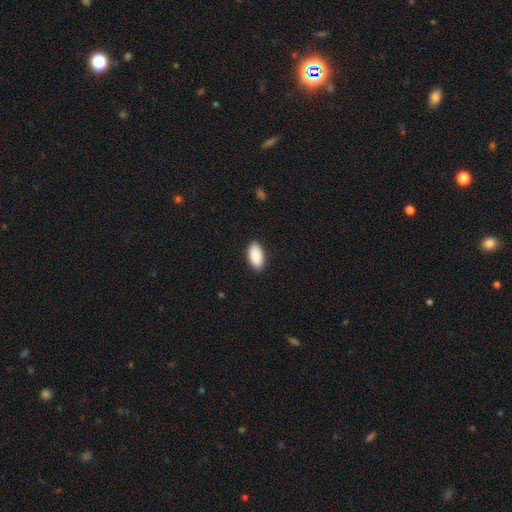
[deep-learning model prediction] smooth_or_featured: smooth (p=0.91) [alt: star or artifact p=0.06]
how_rounded: in between (p=0.95) [alt: cigar-shaped p=0.03]
merging: none (p=0.89) [alt: minor disturbance p=0.08]